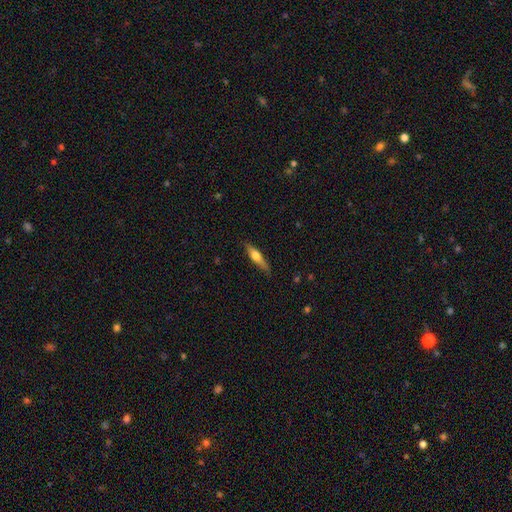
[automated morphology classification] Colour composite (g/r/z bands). It shows a smooth galaxy with no disk features (48%). Merging: none (83%).